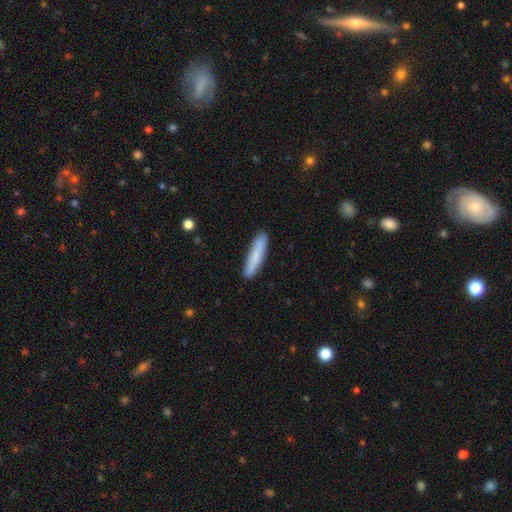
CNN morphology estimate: This appears to be a smooth galaxy with no disk features (81%) that is cigar-shaped (89%). Merging: none (87%).